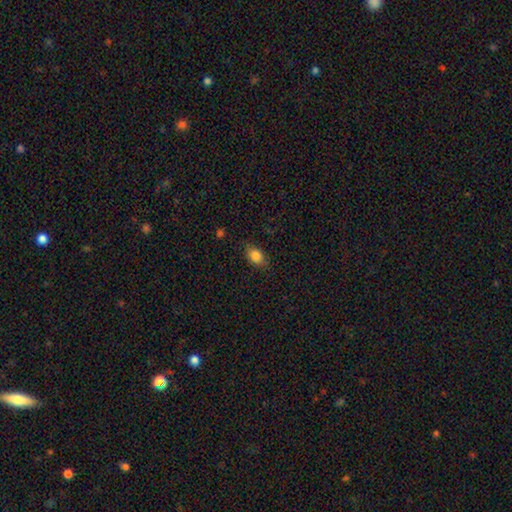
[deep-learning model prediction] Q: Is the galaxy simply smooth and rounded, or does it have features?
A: smooth — 85%.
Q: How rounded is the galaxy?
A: in between — 81%.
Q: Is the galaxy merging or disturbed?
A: none — 83%.